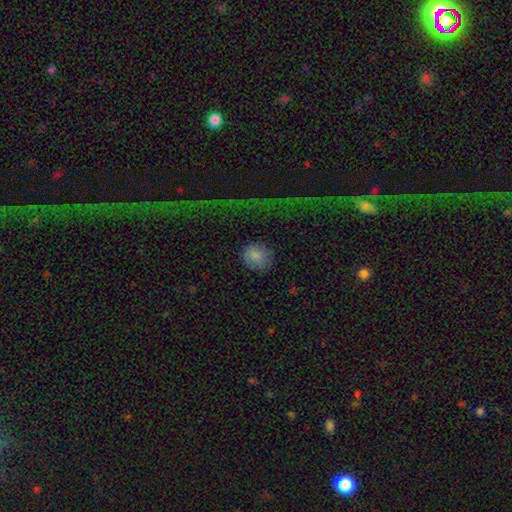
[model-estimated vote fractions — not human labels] This is clearly a smooth galaxy (83%). How rounded: likely round (78%). Merging: clearly none (83%).